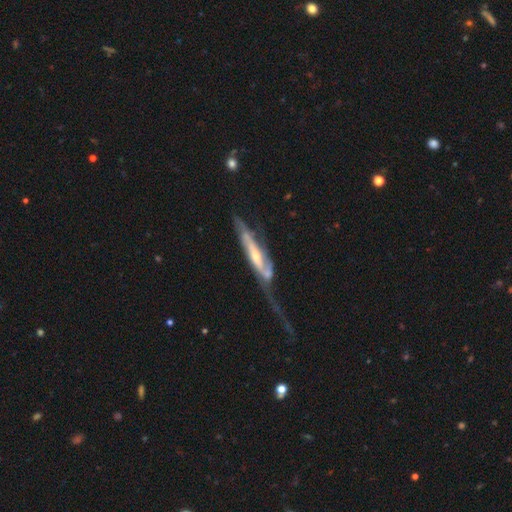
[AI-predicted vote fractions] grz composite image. It shows a featured or disk galaxy (78%). Merging: major disturbance (45%).